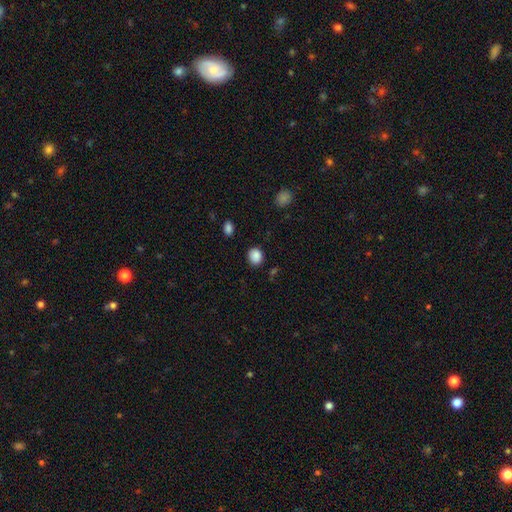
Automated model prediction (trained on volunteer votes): Smooth or featured? smooth (87%)
How rounded? round (66%)
Merging? none (85%)